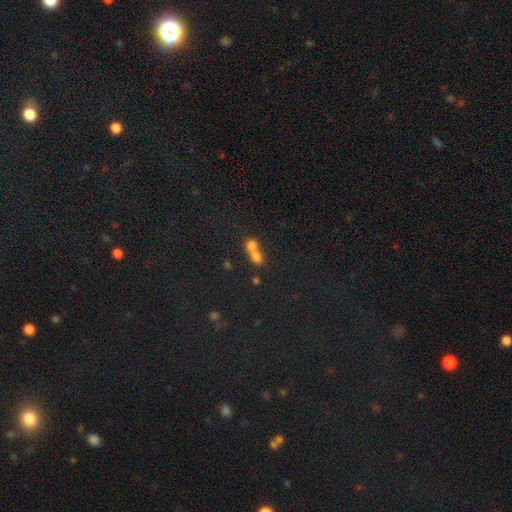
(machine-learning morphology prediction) The model was most divided on "how rounded": in between: 52%, round: 43%, cigar-shaped: 5%. More confident: merging — merger (74%); smooth or featured — smooth (68%).